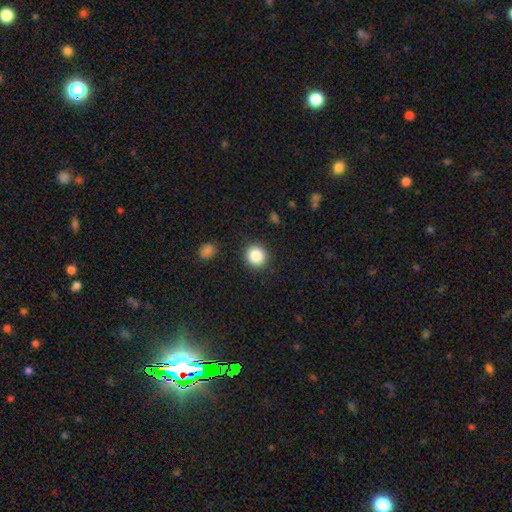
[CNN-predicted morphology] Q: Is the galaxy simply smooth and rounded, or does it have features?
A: smooth — 86%.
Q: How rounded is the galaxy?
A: round — 92%.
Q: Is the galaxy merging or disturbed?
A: none — 90%.